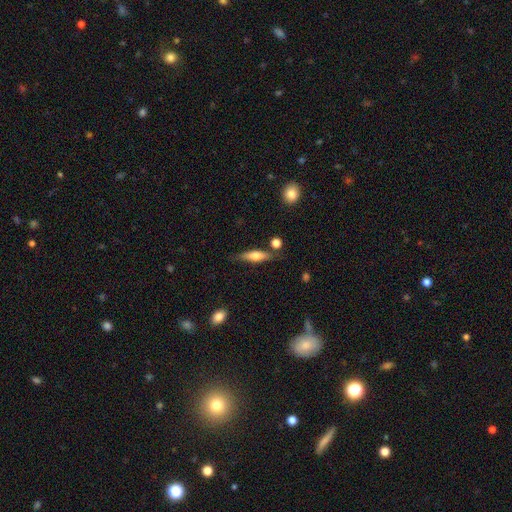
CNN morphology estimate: smooth-or-featured: smooth: 52% | featured or disk: 41% | star or artifact: 7%
  how-rounded: cigar-shaped: 63% | in between: 34% | round: 3%
  merging: none: 75% | minor disturbance: 15% | merger: 6% | major disturbance: 4%